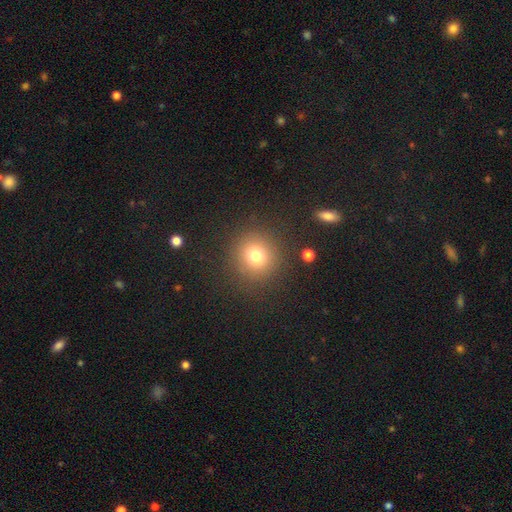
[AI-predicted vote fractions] This appears to be a smooth galaxy with no disk features (75%) that is round (91%). Merging: none (87%).